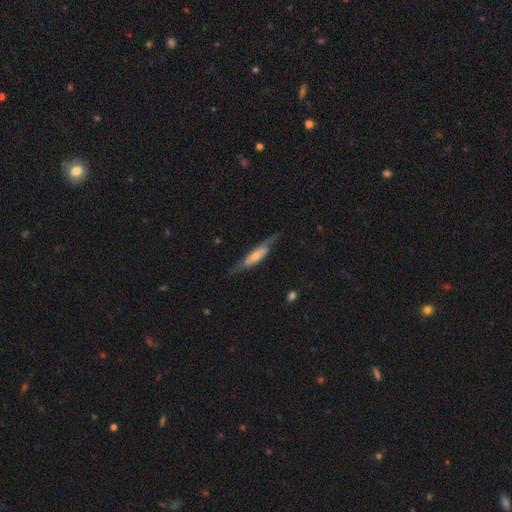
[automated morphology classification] This appears to be a featured or disk galaxy (49%). Merging: none (68%).